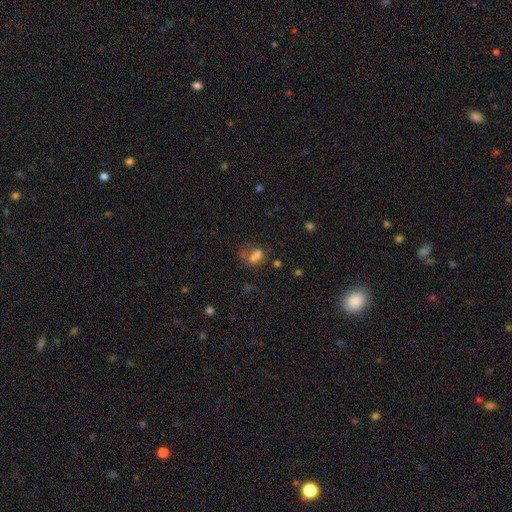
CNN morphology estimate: Smooth or featured? smooth (58%)
How rounded? in between (67%)
Merging? merger (30%, tied with none)